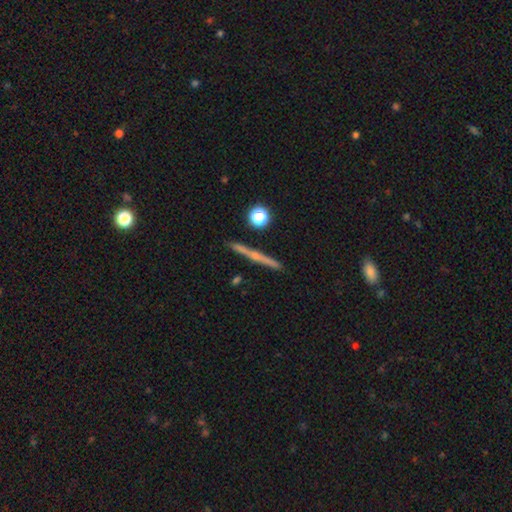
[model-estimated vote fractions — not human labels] This appears to be a featured or disk galaxy (64%) viewed edge-on (97%) with a rounded central bulge (52%). Merging: none (90%).